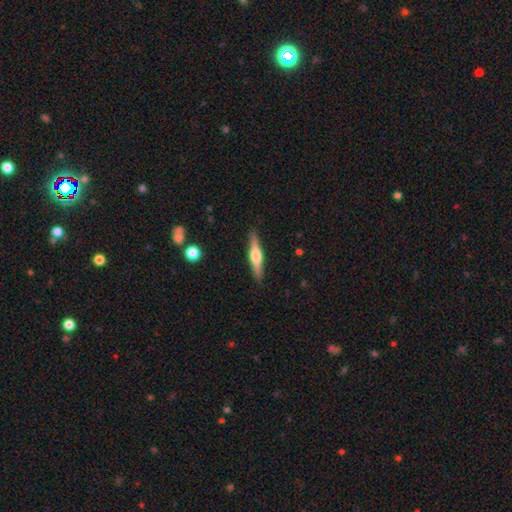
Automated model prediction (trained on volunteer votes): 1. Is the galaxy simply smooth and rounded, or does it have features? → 68% featured or disk, 26% smooth, 6% star or artifact.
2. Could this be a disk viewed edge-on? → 98% yes, 2% no.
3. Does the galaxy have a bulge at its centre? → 88% rounded, 9% boxy, 3% none.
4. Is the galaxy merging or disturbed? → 90% none, 7% minor disturbance, 2% major disturbance, 1% merger.